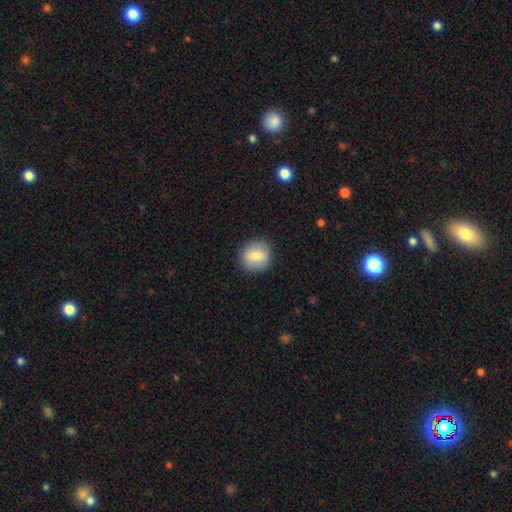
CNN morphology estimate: smooth 77%, featured or disk 16%, star or artifact 8%. Down the decision tree: how rounded — round (90%); merging — none (89%).